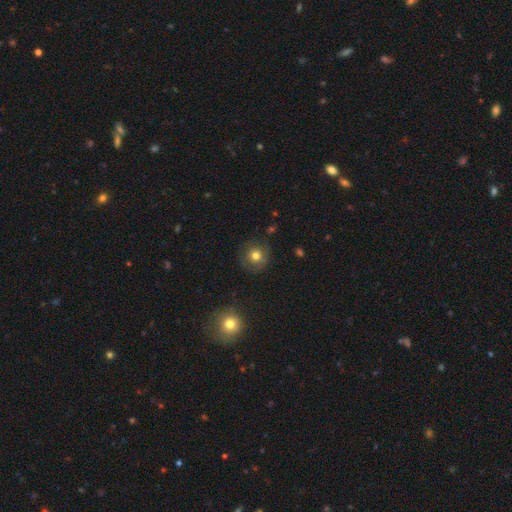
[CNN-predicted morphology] Smooth or featured?
  - smooth: 71% *
  - featured or disk: 16%
  - star or artifact: 13%
How rounded?
  - round: 93% *
  - in between: 6%
  - cigar-shaped: 1%
Merging?
  - none: 81% *
  - minor disturbance: 13%
  - major disturbance: 5%
  - merger: 2%